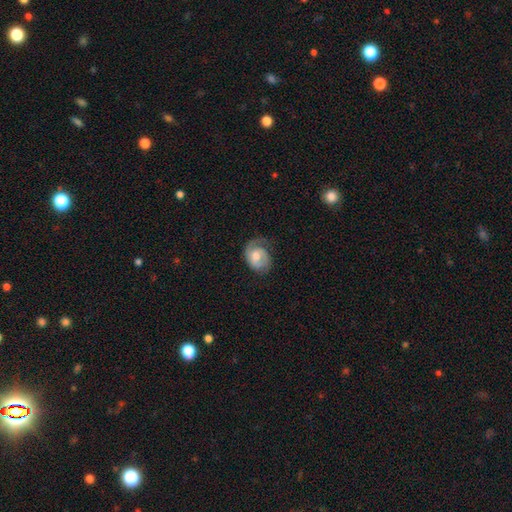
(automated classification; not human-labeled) smooth_or_featured: featured or disk (p=0.68) [alt: smooth p=0.26]
disk_edge_on: no (p=0.97) [alt: yes p=0.03]
bar: no (p=0.60) [alt: weak p=0.34]
has_spiral_arms: yes (p=0.88) [alt: no p=0.12]
spiral_winding: tight (p=0.49) [alt: medium p=0.34]
spiral_arm_count: 1 (p=0.50) [alt: 2 p=0.37]
bulge_size: moderate (p=0.68) [alt: small p=0.20]
merging: none (p=0.56) [alt: minor disturbance p=0.26]